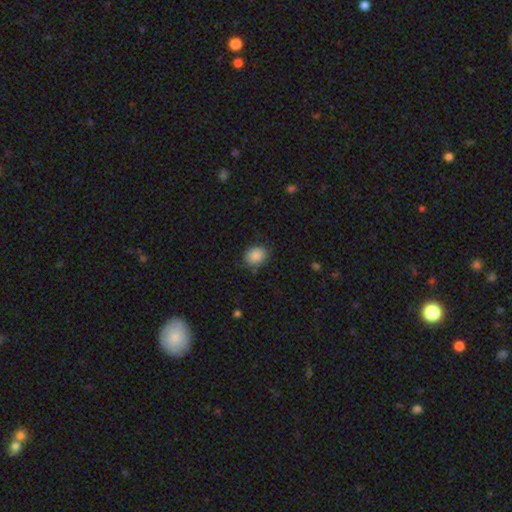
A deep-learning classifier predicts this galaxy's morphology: The model was most divided on "how rounded": in between: 54%, round: 45%, cigar-shaped: 1%. More confident: smooth or featured — smooth (88%); merging — none (81%).